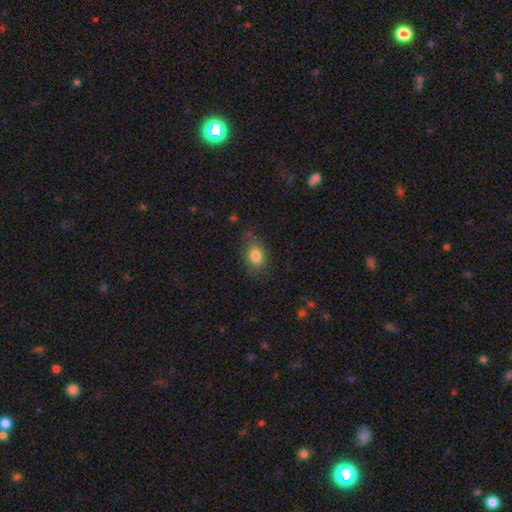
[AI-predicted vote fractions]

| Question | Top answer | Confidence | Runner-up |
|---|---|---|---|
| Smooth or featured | smooth | 81% | featured or disk (9%) |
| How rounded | in between | 73% | round (25%) |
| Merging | none | 72% | minor disturbance (19%) |